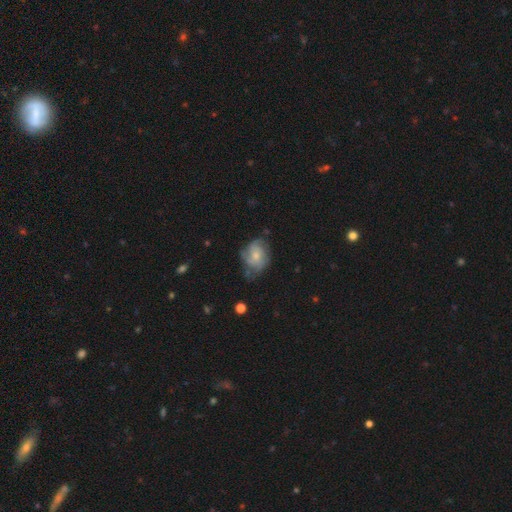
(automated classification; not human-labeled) Overall: featured or disk (56%; smooth 36%). Edge-on disk: no (97%). Bar: no (79%). Spiral arms: yes (76%). Bulge size: small (45%, tied with moderate). Merging: none (51%; minor disturbance 30%).